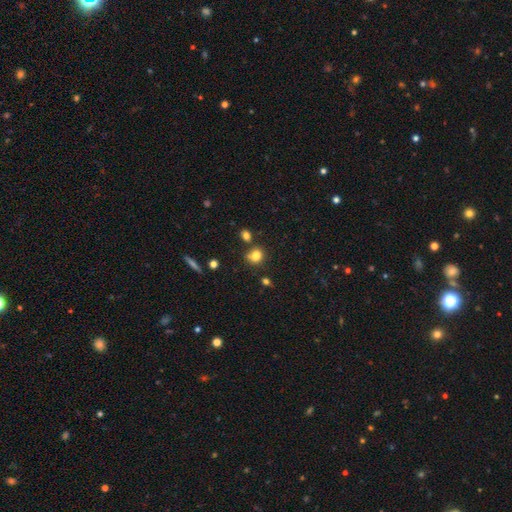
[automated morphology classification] Smooth or featured?
  - smooth: 80% *
  - star or artifact: 13%
  - featured or disk: 7%
How rounded?
  - round: 73% *
  - in between: 26%
  - cigar-shaped: 1%
Merging?
  - none: 70% *
  - minor disturbance: 14%
  - merger: 12%
  - major disturbance: 4%